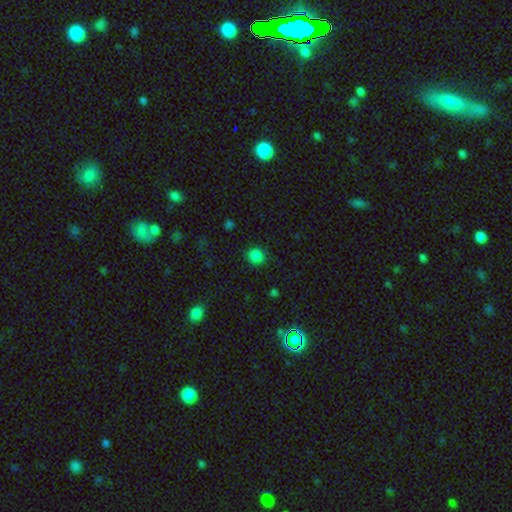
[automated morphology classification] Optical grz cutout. It shows a smooth galaxy with no disk features (84%) that is round (89%). Merging: none (89%).